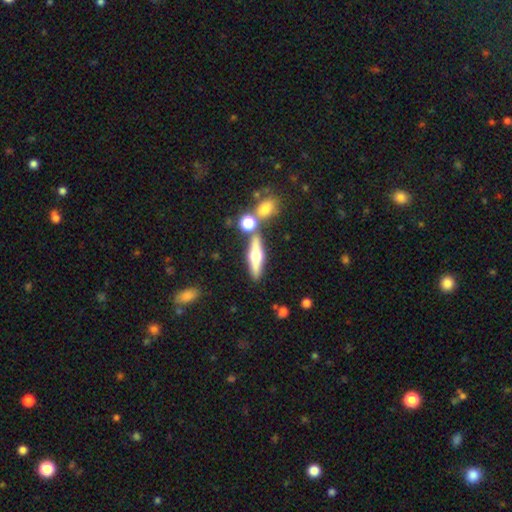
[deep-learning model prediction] This is possibly a featured or disk galaxy (57%). It is clearly viewed edge-on (93%). Edge-on bulge: clearly rounded (95%). Merging: likely none (75%).